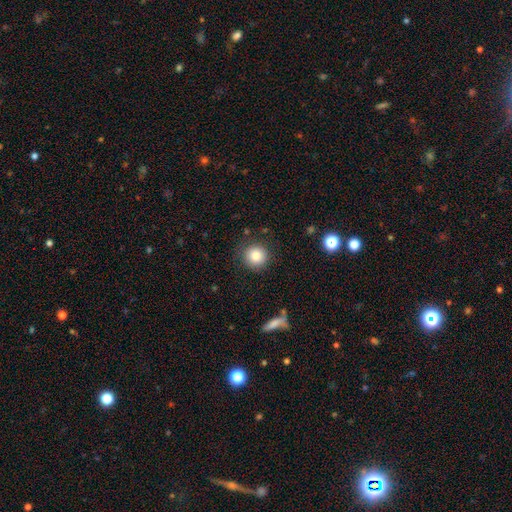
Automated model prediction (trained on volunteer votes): The model was most divided on "smooth or featured": smooth: 83%, star or artifact: 10%, featured or disk: 7%. More confident: how rounded — round (93%); merging — none (87%).